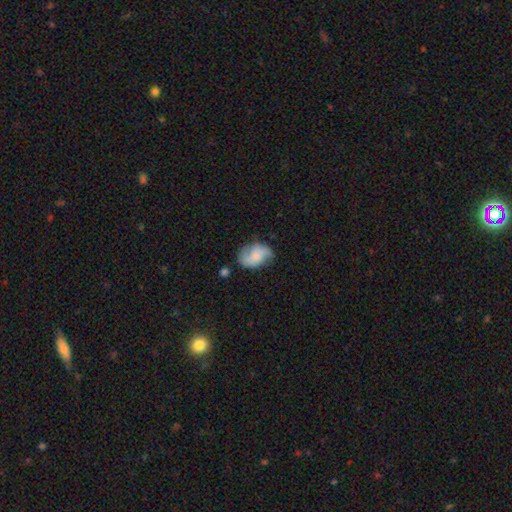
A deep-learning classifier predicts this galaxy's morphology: This is possibly a featured or disk galaxy (48%). Merging: likely none (62%).